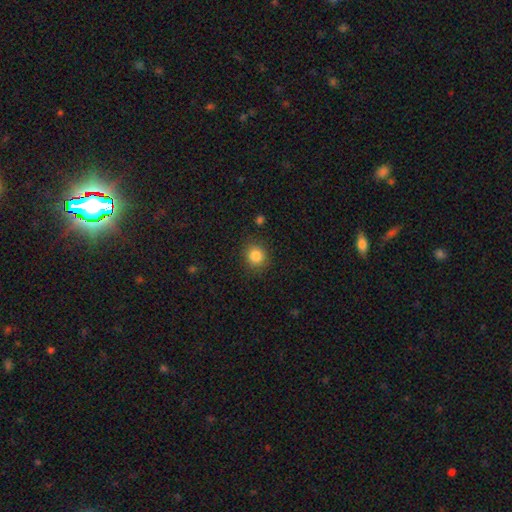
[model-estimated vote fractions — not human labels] smooth_or_featured: smooth (p=0.85) [alt: star or artifact p=0.11]
how_rounded: round (p=0.87) [alt: in between p=0.12]
merging: none (p=0.86) [alt: minor disturbance p=0.09]